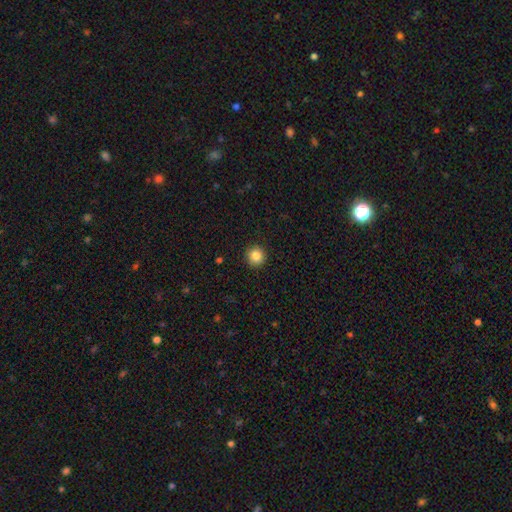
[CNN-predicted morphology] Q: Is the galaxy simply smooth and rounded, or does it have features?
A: smooth — 85%.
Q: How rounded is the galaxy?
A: round — 94%.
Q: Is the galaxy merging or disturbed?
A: none — 92%.